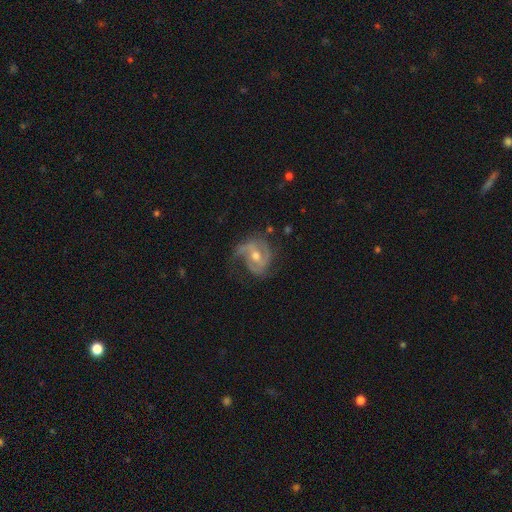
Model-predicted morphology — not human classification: Smooth or featured: featured or disk — 84% (smooth — 9%)
Edge-on disk: no — 97% (yes — 3%)
Bar: no — 44% (weak — 40%)
Spiral arms: yes — 94% (no — 6%)
Spiral winding: medium — 46% (tight — 31%)
Spiral arm count: 2 — 54% (3 — 18%)
Bulge size: moderate — 69% (small — 26%)
Merging: none — 56% (minor disturbance — 24%)